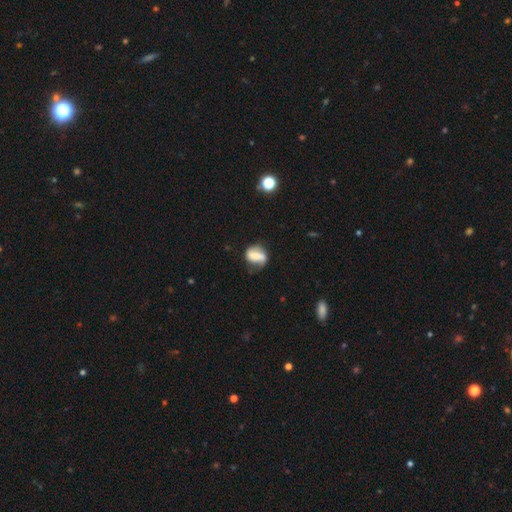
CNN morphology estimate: Q: Smooth or featured?
A: smooth (46%); runner-up: featured or disk (45%)
Q: Merging?
A: none (53%); runner-up: minor disturbance (28%)